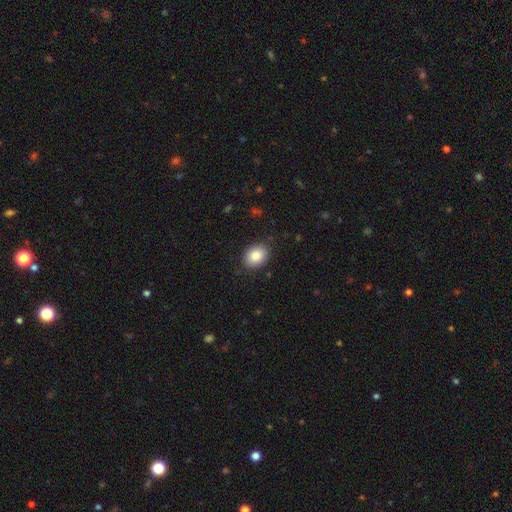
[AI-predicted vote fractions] A smooth galaxy with no disk features (85%) that is in between round and cigar-shaped (69%). Merging: none (88%).